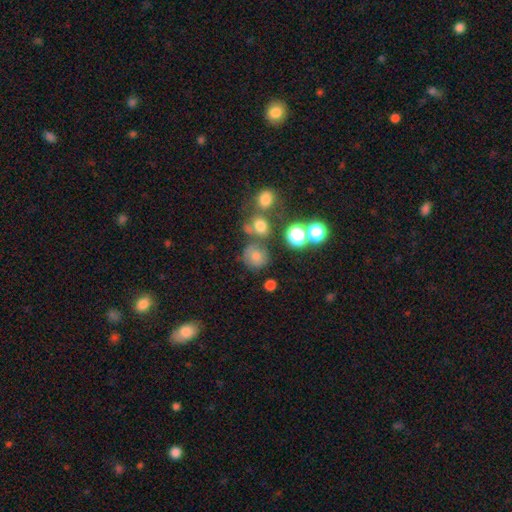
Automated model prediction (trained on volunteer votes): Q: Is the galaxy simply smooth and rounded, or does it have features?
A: smooth — 61%.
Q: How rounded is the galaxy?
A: round — 84%.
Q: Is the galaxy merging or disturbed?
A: none — 63%.